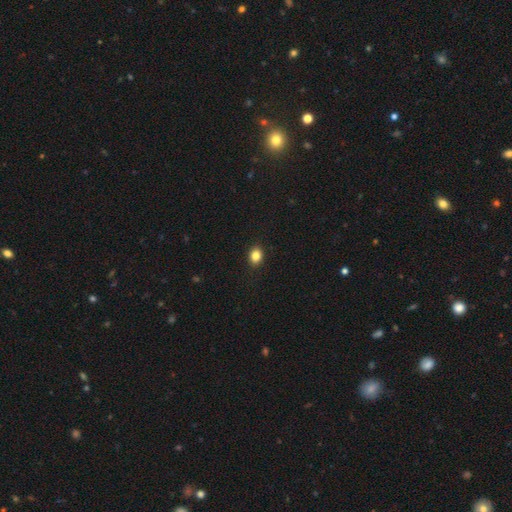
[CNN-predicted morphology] smooth_or_featured: smooth (p=0.85) [alt: star or artifact p=0.10]
how_rounded: in between (p=0.59) [alt: round p=0.40]
merging: none (p=0.90) [alt: minor disturbance p=0.07]